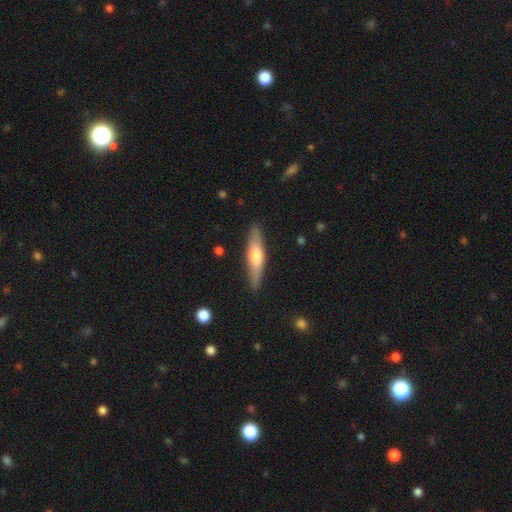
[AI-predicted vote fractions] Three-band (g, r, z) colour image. It shows a smooth galaxy with no disk features (51%) that is cigar-shaped (78%). Merging: none (87%).